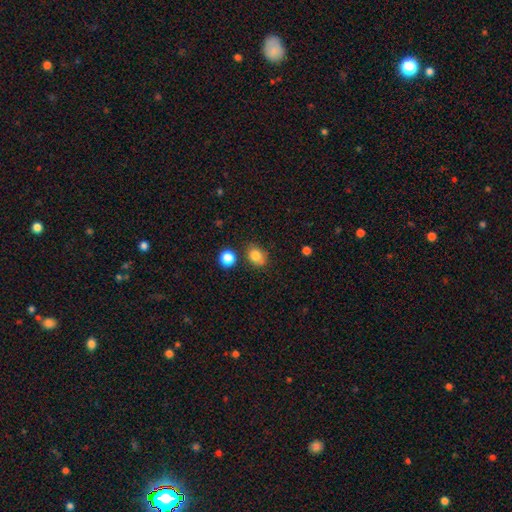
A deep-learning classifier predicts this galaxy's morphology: This appears to be a smooth galaxy with no disk features (82%) that is in between round and cigar-shaped (60%). Merging: none (73%).